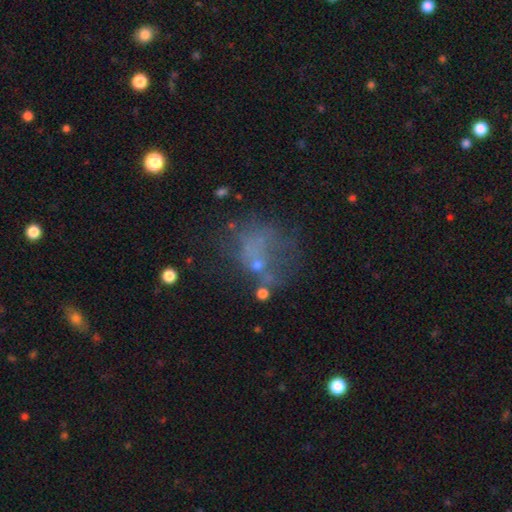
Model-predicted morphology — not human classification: This is marginally a smooth galaxy (39%). Merging: marginally none (41%).